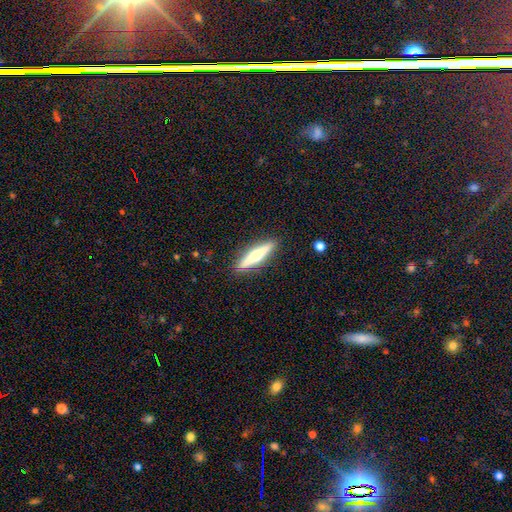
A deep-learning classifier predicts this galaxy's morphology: Q: Smooth or featured?
A: featured or disk (60%); runner-up: smooth (34%)
Q: Edge-on disk?
A: yes (96%); runner-up: no (4%)
Q: Edge-on bulge?
A: rounded (90%); runner-up: none (6%)
Q: Merging?
A: none (90%); runner-up: minor disturbance (7%)